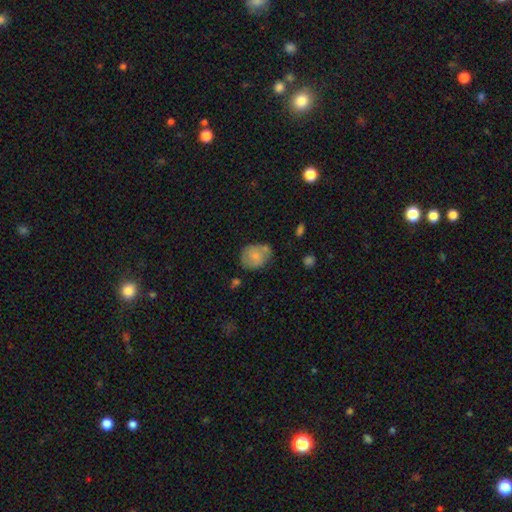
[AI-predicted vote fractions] Morphology: type=smooth (71%); roundness=round (60%); merging=none (55%).